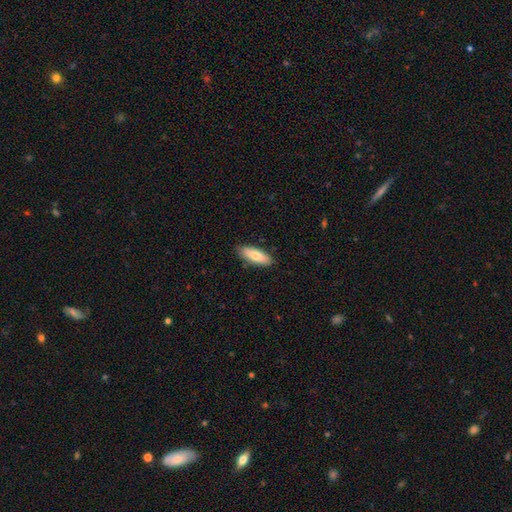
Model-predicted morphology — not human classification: Smooth or featured? smooth (77%)
How rounded? in between (68%)
Merging? none (87%)